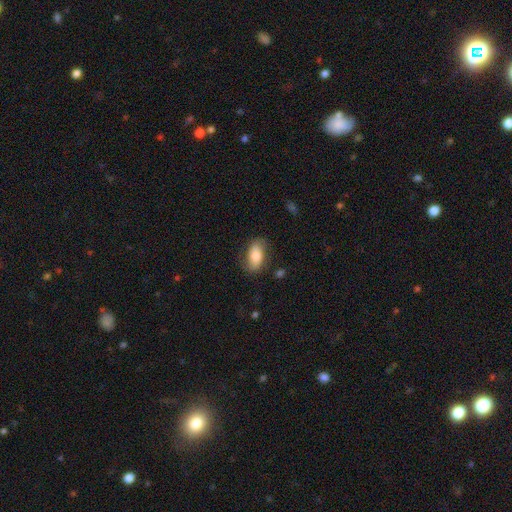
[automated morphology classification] This appears to be a smooth galaxy with no disk features (67%) that is in between round and cigar-shaped (90%). Merging: none (74%).